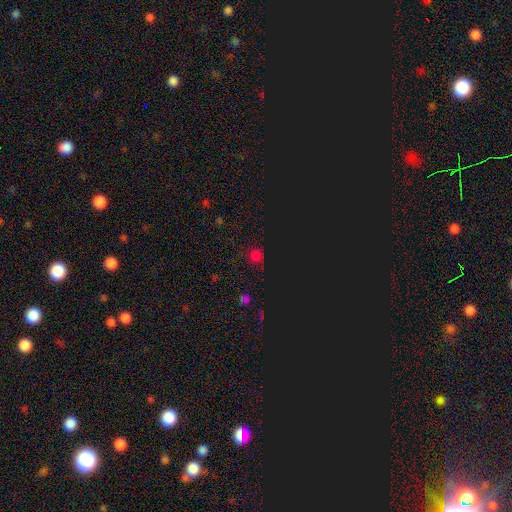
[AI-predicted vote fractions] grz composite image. It shows a star or artifact, not a galaxy (52%).